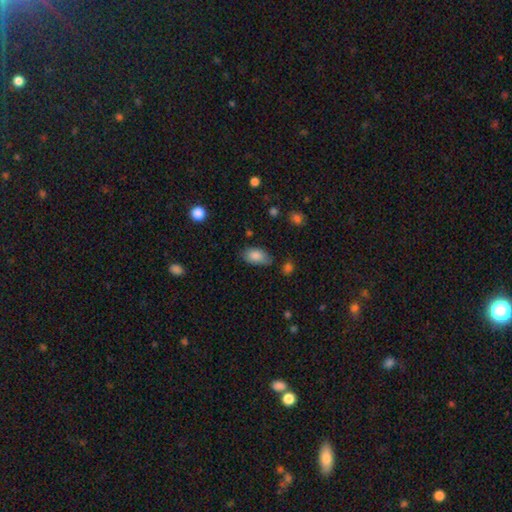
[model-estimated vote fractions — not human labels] Smooth or featured? smooth (84%)
How rounded? in between (92%)
Merging? none (64%)